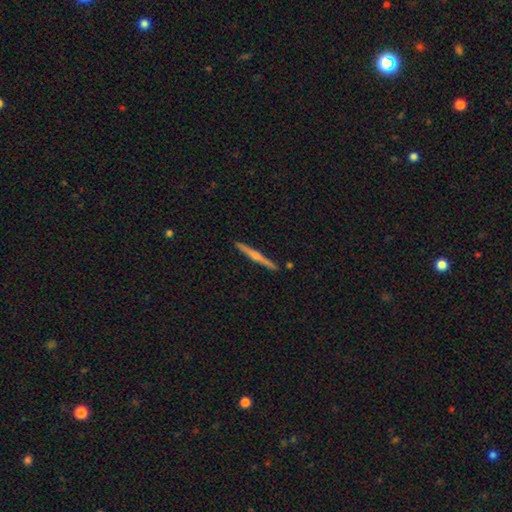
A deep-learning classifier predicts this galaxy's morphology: A featured or disk galaxy (70%) viewed edge-on (98%) with a rounded central bulge (85%). Merging: none (91%).